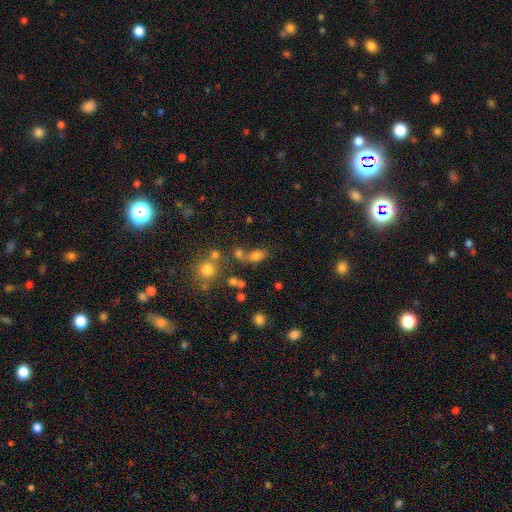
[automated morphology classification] This appears to be a smooth galaxy with no disk features (72%) that is in between round and cigar-shaped (75%). Merging: none (48%).